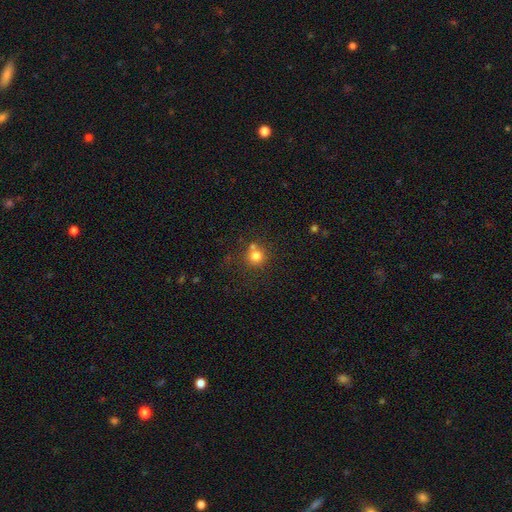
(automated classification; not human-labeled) Overall: smooth (78%). How rounded: round (92%). Merging: none (67%).